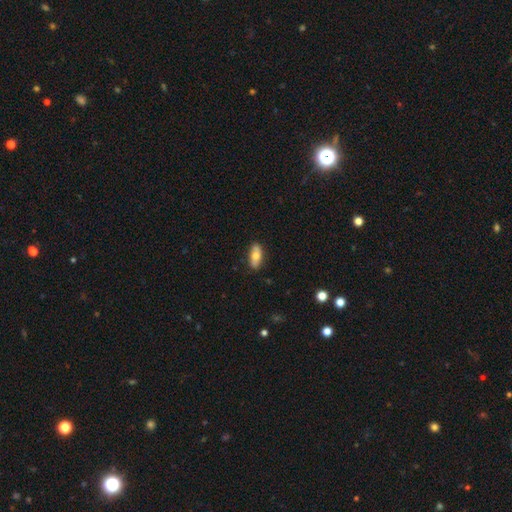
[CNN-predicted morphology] A smooth galaxy with no disk features (66%) that is in between round and cigar-shaped (84%). Merging: none (84%).